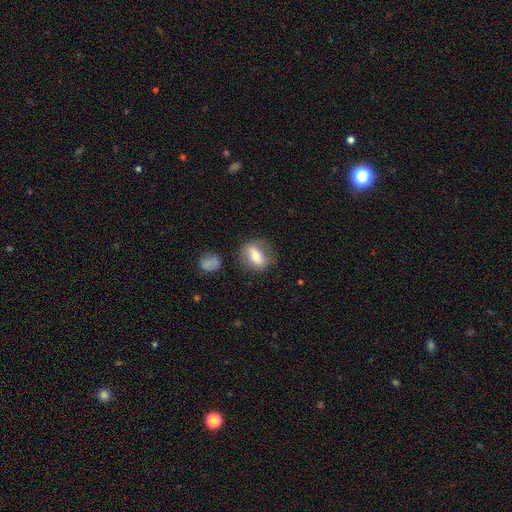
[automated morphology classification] type=smooth (59%); roundness=in between (60%); merging=none (73%).